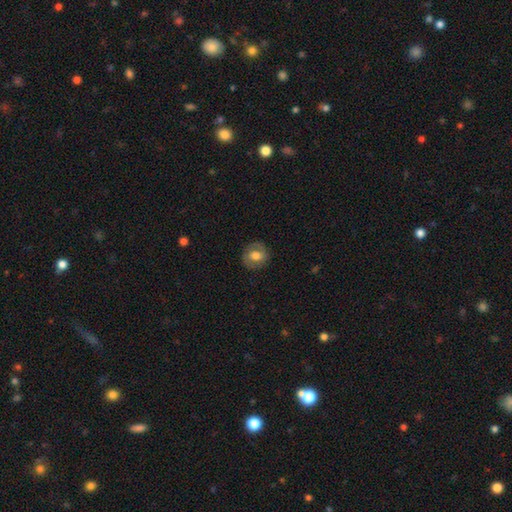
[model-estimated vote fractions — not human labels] This appears to be a smooth galaxy with no disk features (56%) that is round (76%). Merging: none (83%).